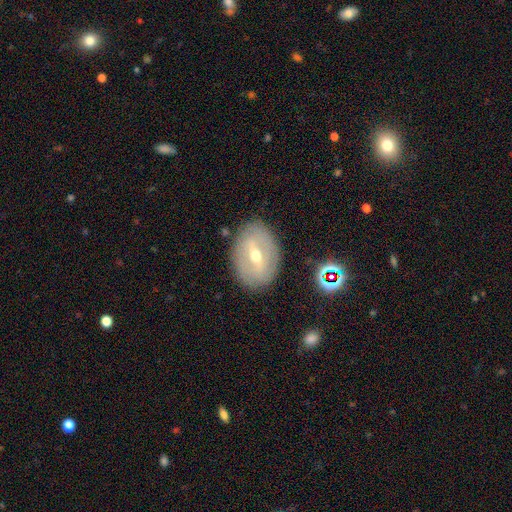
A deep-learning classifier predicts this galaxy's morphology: Q: Smooth or featured?
A: featured or disk (65%); runner-up: smooth (27%)
Q: Edge-on disk?
A: no (90%); runner-up: yes (10%)
Q: Bar?
A: weak (43%); tied with: strong (43%)
Q: Spiral arms?
A: no (66%); runner-up: yes (34%)
Q: Bulge size?
A: moderate (62%); runner-up: small (34%)
Q: Merging?
A: none (84%); runner-up: minor disturbance (11%)